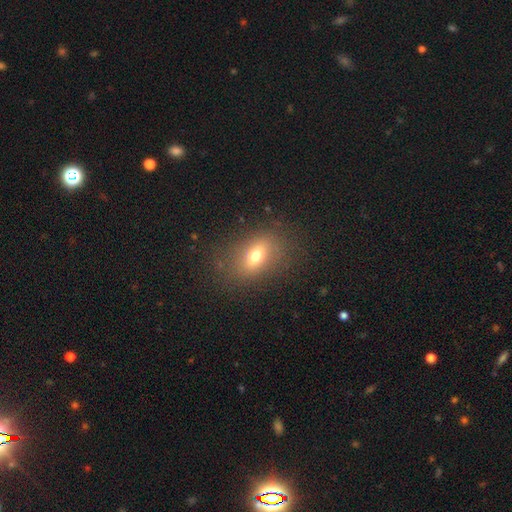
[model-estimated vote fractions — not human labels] Smooth or featured: smooth — 67% (featured or disk — 20%)
How rounded: in between — 74% (round — 22%)
Merging: none — 81% (minor disturbance — 12%)